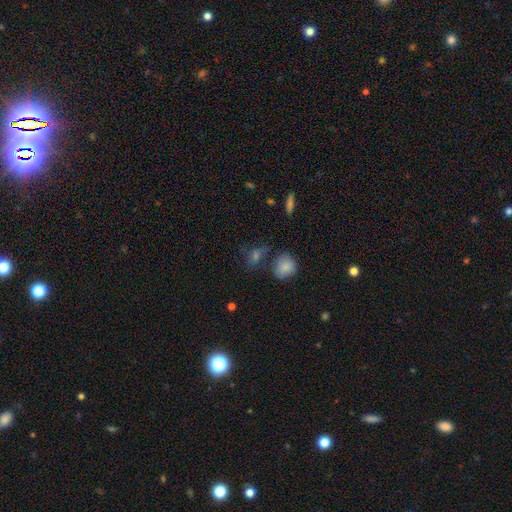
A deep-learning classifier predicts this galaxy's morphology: Overall: smooth (57%; star or artifact 25%). How rounded: in between (49%; round 45%). Merging: none (61%).